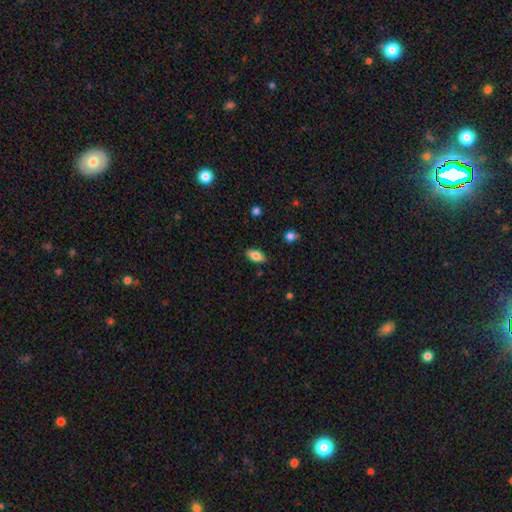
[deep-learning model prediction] smooth-or-featured: smooth: 82% | featured or disk: 10% | star or artifact: 8%
  how-rounded: in between: 91% | cigar-shaped: 6% | round: 3%
  merging: none: 86% | minor disturbance: 10% | major disturbance: 2% | merger: 1%